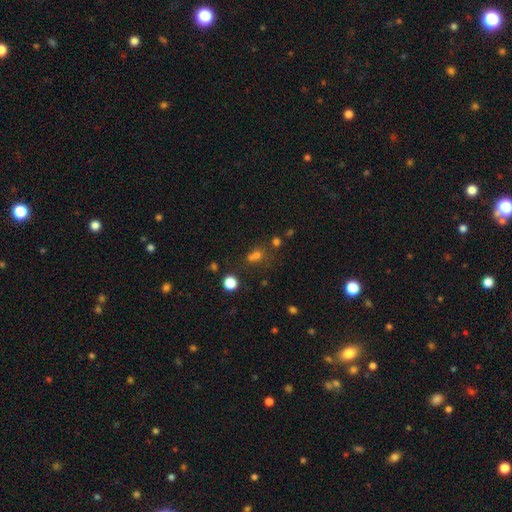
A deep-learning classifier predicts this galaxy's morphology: This is possibly a smooth galaxy (54%). How rounded: likely round (72%). Merging: possibly none (49%).